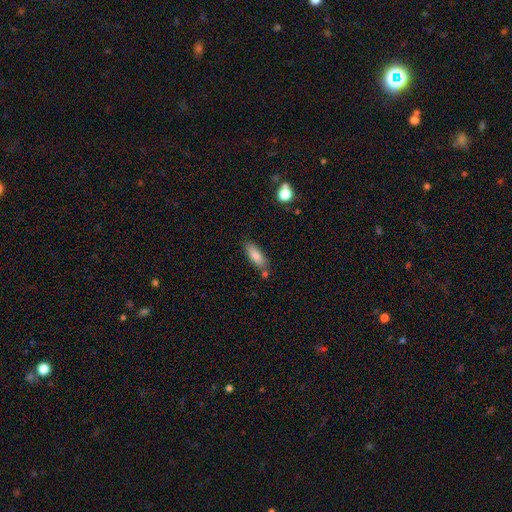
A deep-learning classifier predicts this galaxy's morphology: A smooth galaxy with no disk features (81%) that is in between round and cigar-shaped (62%).

Vote fractions:
- Smooth or featured? smooth: 81% / featured or disk: 12% / star or artifact: 7%
- How rounded? in between: 62% / cigar-shaped: 36% / round: 2%
- Merging? none: 74% / minor disturbance: 14% / merger: 9% / major disturbance: 3%